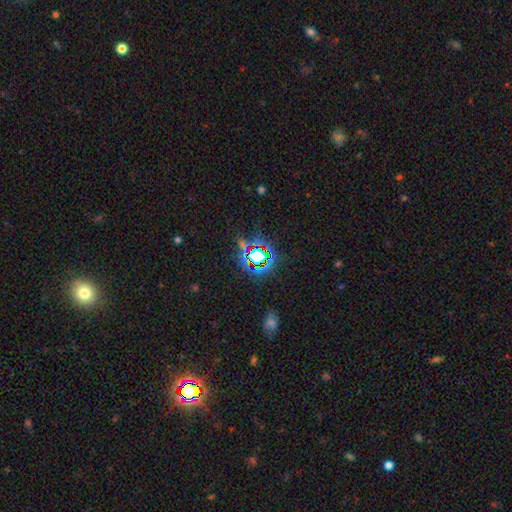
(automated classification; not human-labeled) smooth-or-featured: star or artifact: 71% | smooth: 19% | featured or disk: 10%